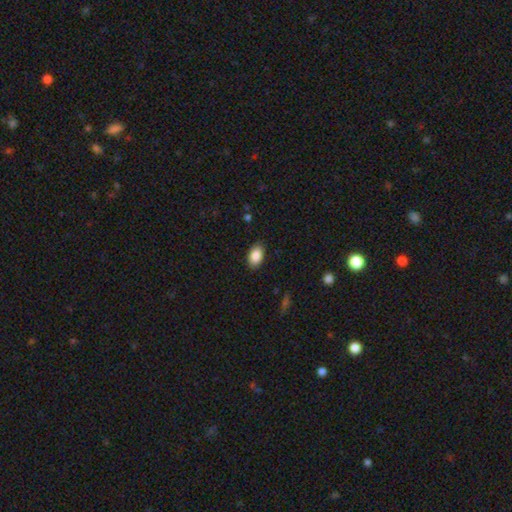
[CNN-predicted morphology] A smooth galaxy with no disk features (88%) that is in between round and cigar-shaped (92%). Merging: none (87%).